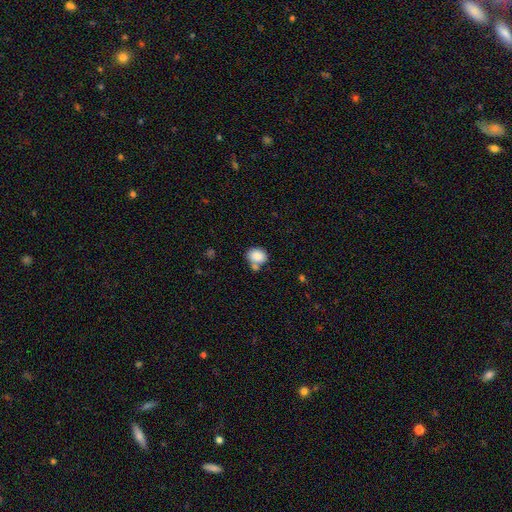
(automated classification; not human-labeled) The model was most divided on "how rounded": round: 51%, in between: 48%, cigar-shaped: 1%. More confident: smooth or featured — smooth (86%); merging — none (54%).